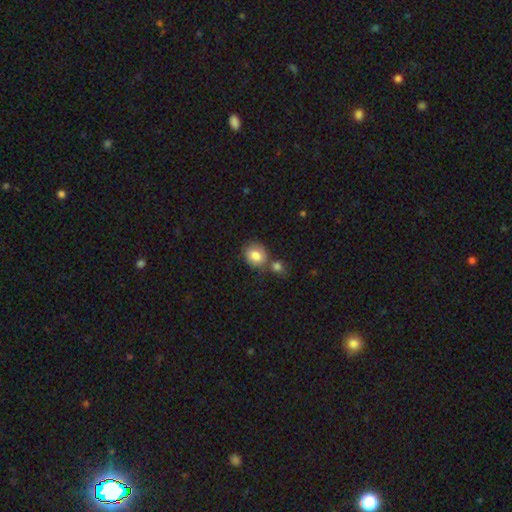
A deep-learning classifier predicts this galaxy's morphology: smooth_or_featured: smooth (p=0.82) [alt: featured or disk p=0.10]
how_rounded: round (p=0.64) [alt: in between p=0.35]
merging: none (p=0.55) [alt: merger p=0.27]